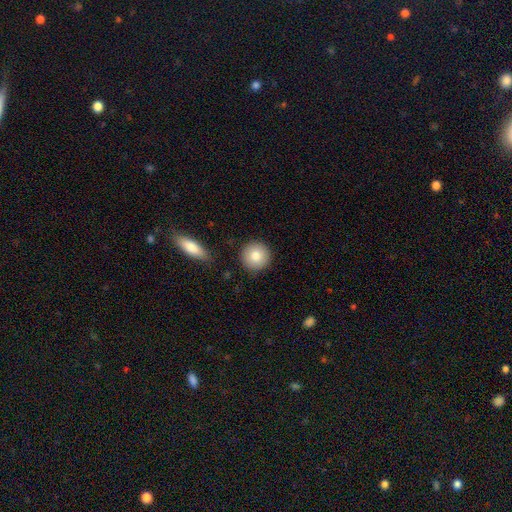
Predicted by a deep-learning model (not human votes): Smooth or featured? smooth (82%)
How rounded? round (95%)
Merging? none (89%)